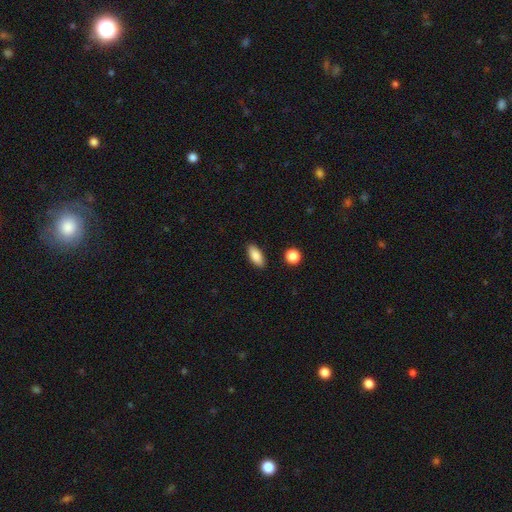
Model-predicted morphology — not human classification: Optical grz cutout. It shows a smooth galaxy with no disk features (86%) that is in between round and cigar-shaped (86%). Merging: none (88%).